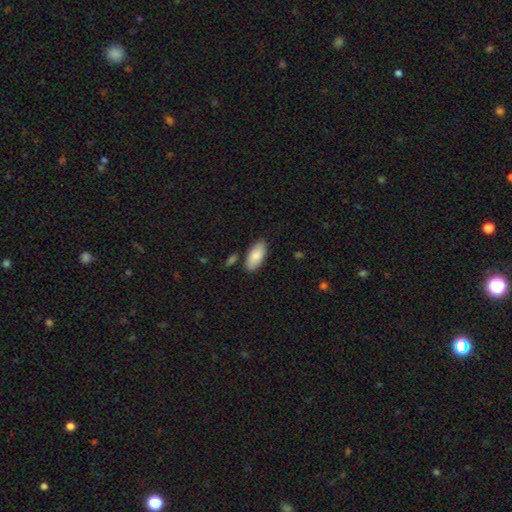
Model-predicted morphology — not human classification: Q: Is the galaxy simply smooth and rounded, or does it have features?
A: smooth — 85%.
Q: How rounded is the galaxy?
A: in between — 92%.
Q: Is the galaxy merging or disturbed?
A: none — 83%.